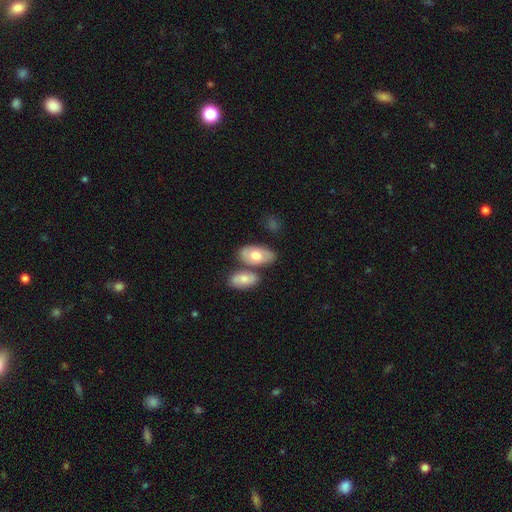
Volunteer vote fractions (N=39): Smooth or featured?
  - smooth: 46% *
  - featured or disk: 44%
  - star or artifact: 10%
How rounded?
  - in between: 100% *
  - round: 0%
  - cigar-shaped: 0%
Merging?
  - none: 74% *
  - merger: 23%
  - minor disturbance: 3%
  - major disturbance: 0%